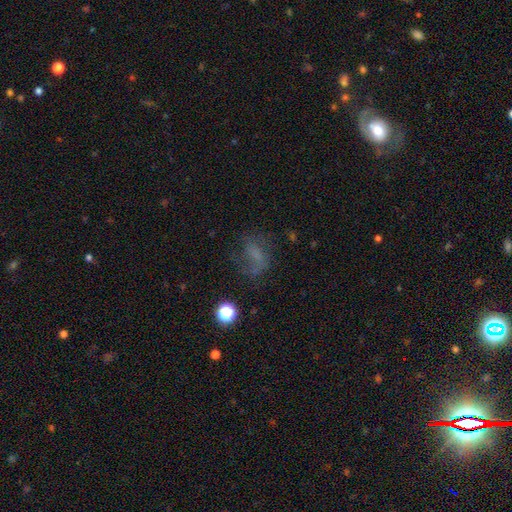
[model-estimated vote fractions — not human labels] The model was most divided on "smooth or featured": smooth: 40%, featured or disk: 37%, star or artifact: 23%. Remaining: merging — none (49%).